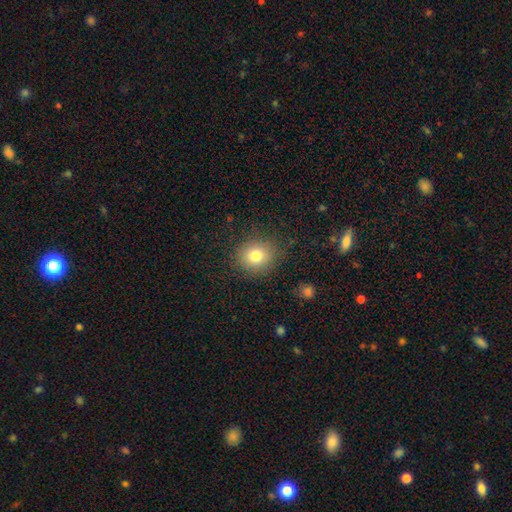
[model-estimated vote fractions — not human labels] A smooth galaxy with no disk features (79%) that is round (77%). Merging: none (84%).